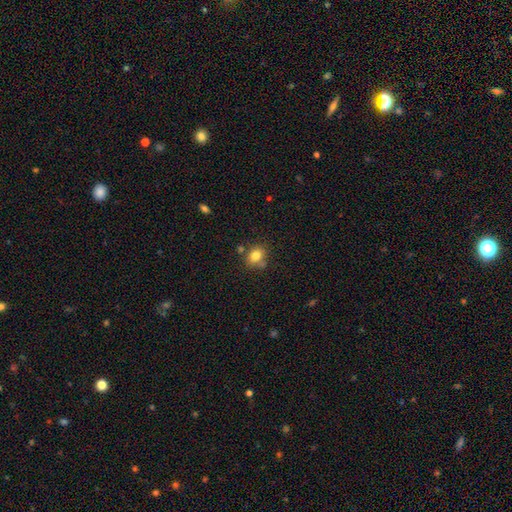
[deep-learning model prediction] Smooth or featured? smooth (80%)
How rounded? round (63%)
Merging? none (70%)